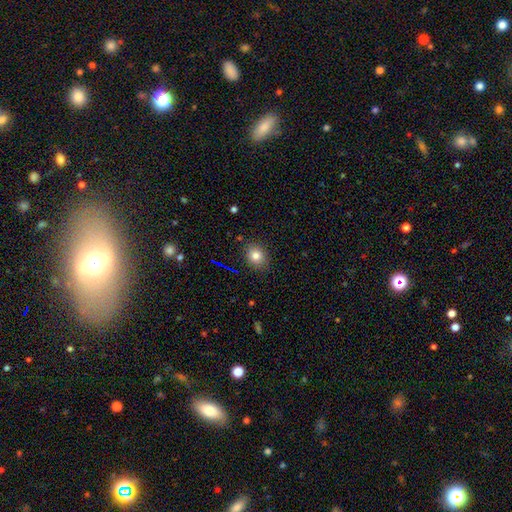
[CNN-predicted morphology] Q: Smooth or featured?
A: smooth (80%); runner-up: star or artifact (12%)
Q: How rounded?
A: round (54%); runner-up: in between (45%)
Q: Merging?
A: none (86%); runner-up: minor disturbance (10%)